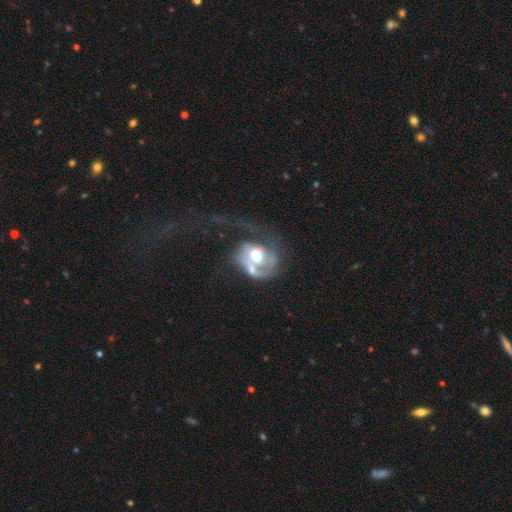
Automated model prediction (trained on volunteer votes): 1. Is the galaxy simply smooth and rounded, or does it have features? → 62% featured or disk, 30% smooth, 8% star or artifact.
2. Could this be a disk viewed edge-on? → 96% no, 4% yes.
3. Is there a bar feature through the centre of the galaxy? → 72% no, 21% weak, 6% strong.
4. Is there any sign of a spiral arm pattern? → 59% yes, 41% no.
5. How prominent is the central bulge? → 51% moderate, 37% large, 6% dominant, 4% small, 2% none.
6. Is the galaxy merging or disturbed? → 39% major disturbance, 32% merger, 18% none, 12% minor disturbance.